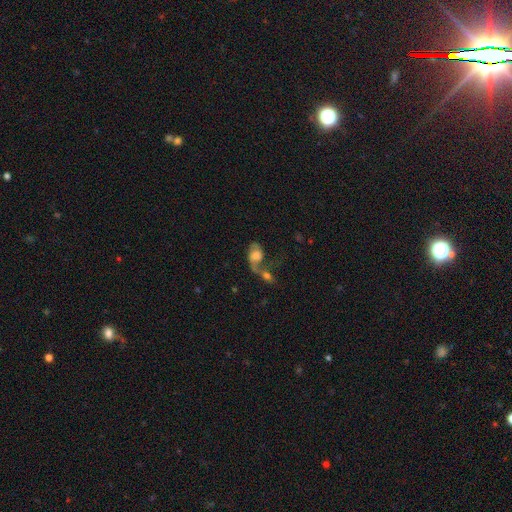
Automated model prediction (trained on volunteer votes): smooth_or_featured: featured or disk (p=0.51) [alt: smooth p=0.39]
disk_edge_on: no (p=0.95) [alt: yes p=0.05]
merging: merger (p=0.58) [alt: major disturbance p=0.18]